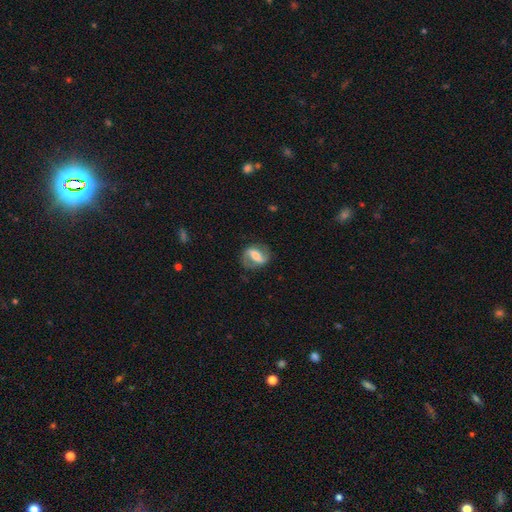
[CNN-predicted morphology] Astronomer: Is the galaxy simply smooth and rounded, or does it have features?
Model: featured or disk — 69%.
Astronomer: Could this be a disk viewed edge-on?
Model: no — 94%.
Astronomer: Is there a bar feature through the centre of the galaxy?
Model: strong — 60%.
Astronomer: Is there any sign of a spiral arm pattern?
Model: yes — 80%.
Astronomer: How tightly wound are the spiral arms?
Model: medium — 42% (runner-up: loose, 37%).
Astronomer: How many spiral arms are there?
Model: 2 — 86%.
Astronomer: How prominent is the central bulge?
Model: moderate — 45% (runner-up: small, 30%).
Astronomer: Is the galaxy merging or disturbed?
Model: none — 76%.